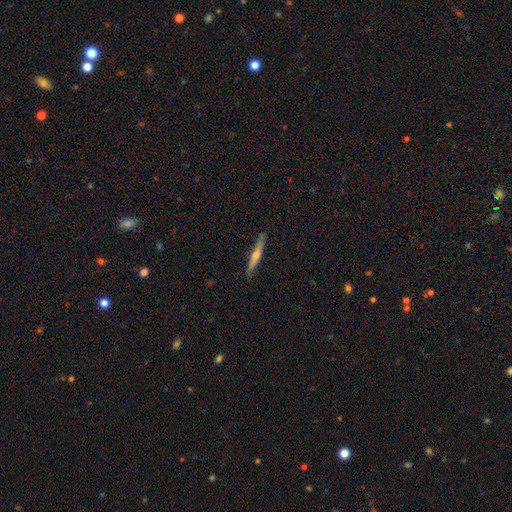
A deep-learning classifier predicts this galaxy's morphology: smooth-or-featured: featured or disk: 62% | smooth: 32% | star or artifact: 6%
  disk-edge-on: yes: 97% | no: 3%
    edge-on-bulge: rounded: 84% | none: 12% | boxy: 5%
  merging: none: 88% | minor disturbance: 9% | major disturbance: 2% | merger: 1%